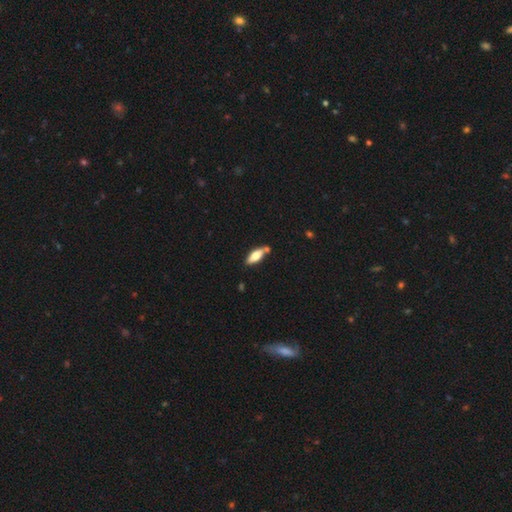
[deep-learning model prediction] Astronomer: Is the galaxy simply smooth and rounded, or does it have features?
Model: smooth — 62%.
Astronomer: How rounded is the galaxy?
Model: in between — 63%.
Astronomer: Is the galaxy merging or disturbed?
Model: none — 68%.